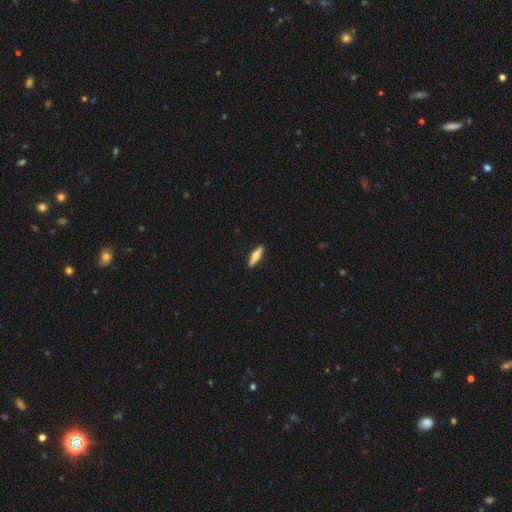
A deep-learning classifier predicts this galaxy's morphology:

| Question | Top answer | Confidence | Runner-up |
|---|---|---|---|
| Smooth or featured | smooth | 56% | featured or disk (38%) |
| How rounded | cigar-shaped | 64% | in between (34%) |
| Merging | none | 91% | minor disturbance (7%) |